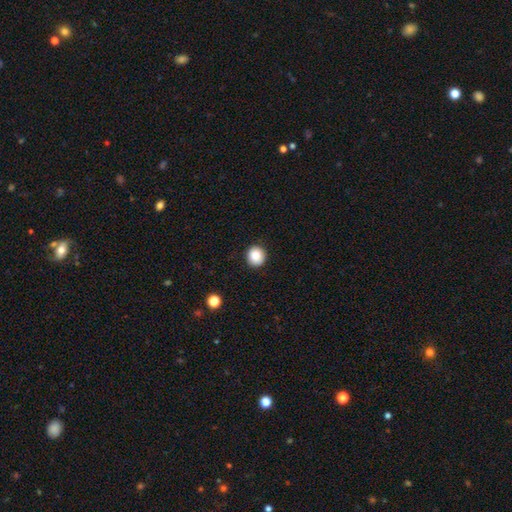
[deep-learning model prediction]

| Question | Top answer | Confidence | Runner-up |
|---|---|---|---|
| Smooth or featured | smooth | 86% | star or artifact (9%) |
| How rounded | round | 90% | in between (9%) |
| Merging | none | 90% | minor disturbance (7%) |